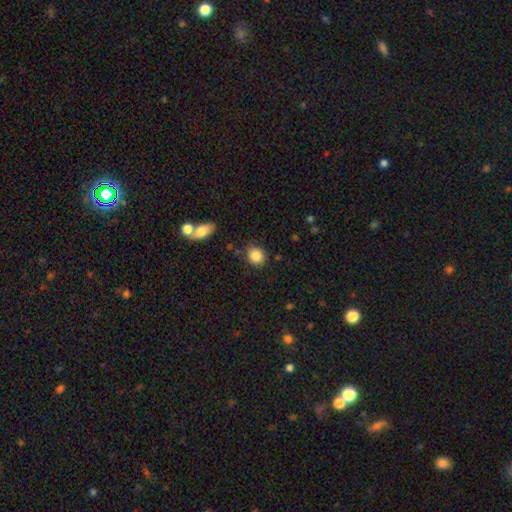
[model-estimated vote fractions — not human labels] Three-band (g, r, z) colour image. It shows a smooth galaxy with no disk features (86%) that is round (72%). Merging: none (83%).